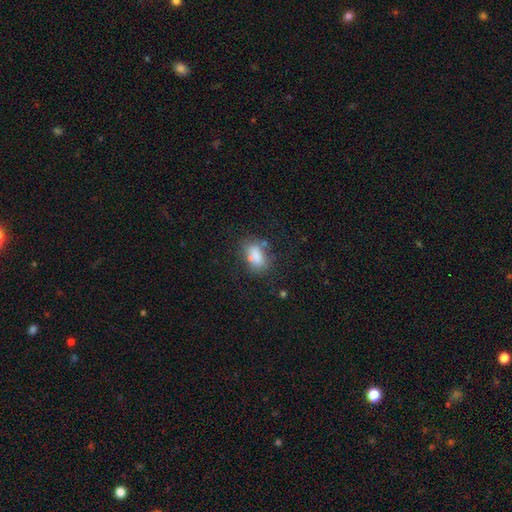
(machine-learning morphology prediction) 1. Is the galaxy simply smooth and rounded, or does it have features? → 76% smooth, 13% featured or disk, 11% star or artifact.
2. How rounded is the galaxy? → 84% in between, 13% round, 4% cigar-shaped.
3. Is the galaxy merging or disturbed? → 54% none, 23% minor disturbance, 12% major disturbance, 11% merger.